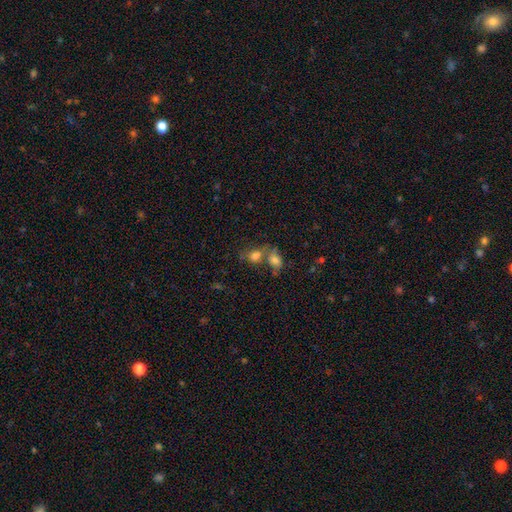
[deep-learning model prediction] smooth-or-featured: smooth: 67% | star or artifact: 17% | featured or disk: 15%
  how-rounded: in between: 54% | round: 44% | cigar-shaped: 2%
  merging: merger: 47% | none: 36% | minor disturbance: 11% | major disturbance: 6%